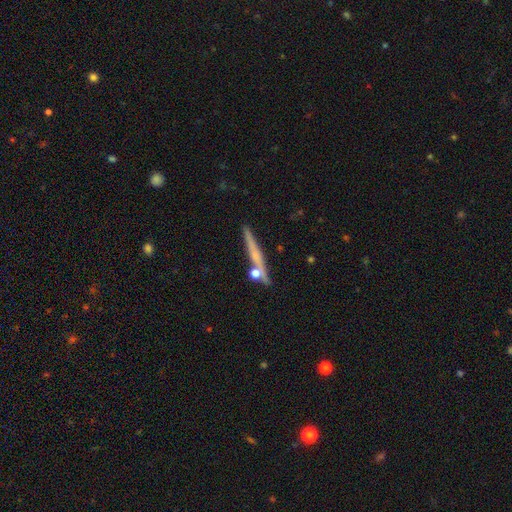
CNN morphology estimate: The model was most divided on "smooth or featured": featured or disk: 50%, smooth: 42%, star or artifact: 8%. More confident: edge-on disk — yes (94%); merging — none (77%).